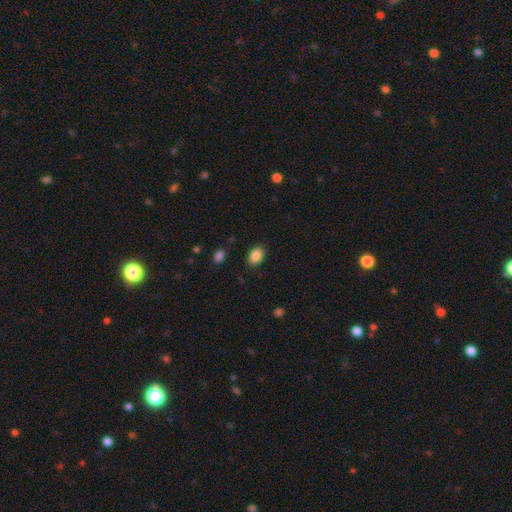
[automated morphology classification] Q: Smooth or featured?
A: smooth (87%); runner-up: star or artifact (8%)
Q: How rounded?
A: in between (81%); runner-up: round (17%)
Q: Merging?
A: none (87%); runner-up: minor disturbance (9%)